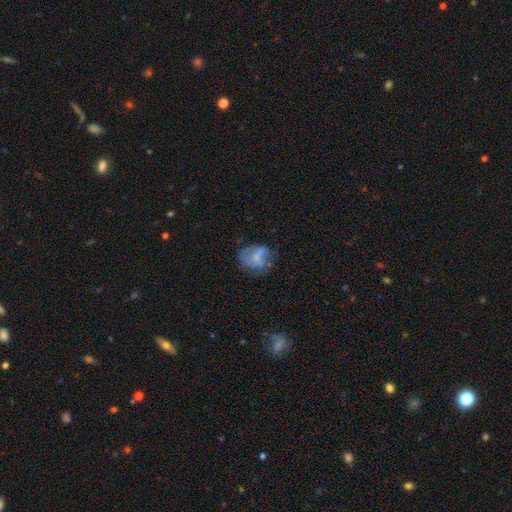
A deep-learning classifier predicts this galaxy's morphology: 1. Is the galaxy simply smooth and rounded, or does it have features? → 48% smooth, 41% featured or disk, 12% star or artifact.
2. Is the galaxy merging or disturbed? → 45% none, 26% minor disturbance, 24% major disturbance, 4% merger.